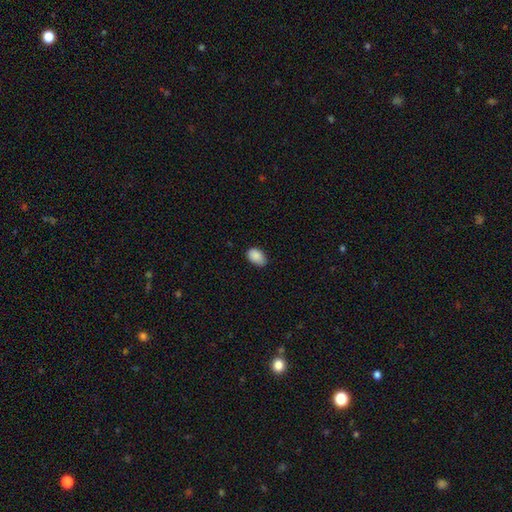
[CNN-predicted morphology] Smooth or featured? Predicted: smooth (p=0.89). How rounded? Predicted: in between (p=0.90). Merging? Predicted: none (p=0.76).